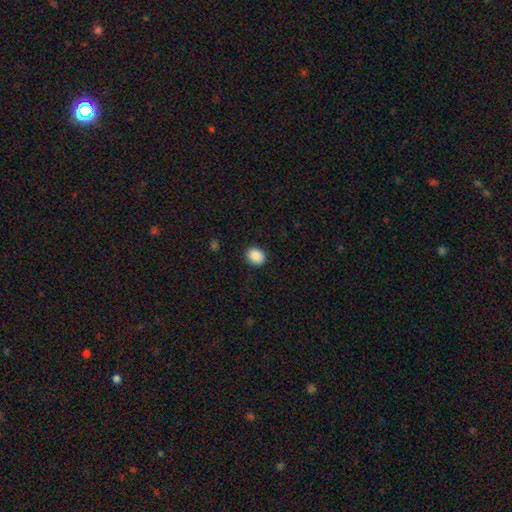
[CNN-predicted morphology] smooth-or-featured: smooth: 89% | star or artifact: 8% | featured or disk: 3%
  how-rounded: in between: 55% | round: 44% | cigar-shaped: 1%
  merging: none: 89% | minor disturbance: 8% | major disturbance: 2% | merger: 1%